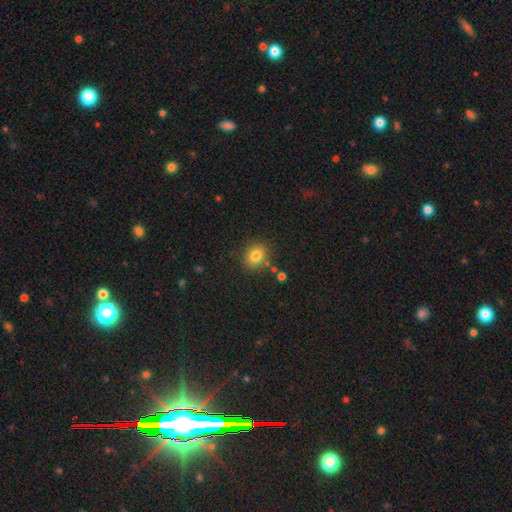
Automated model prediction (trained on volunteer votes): A smooth galaxy with no disk features (81%) that is round (66%). Merging: none (81%).